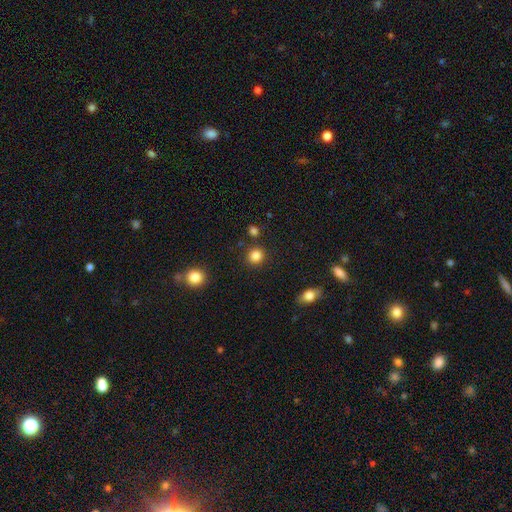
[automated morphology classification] This appears to be a smooth galaxy with no disk features (85%) that is round (89%). Merging: none (86%).